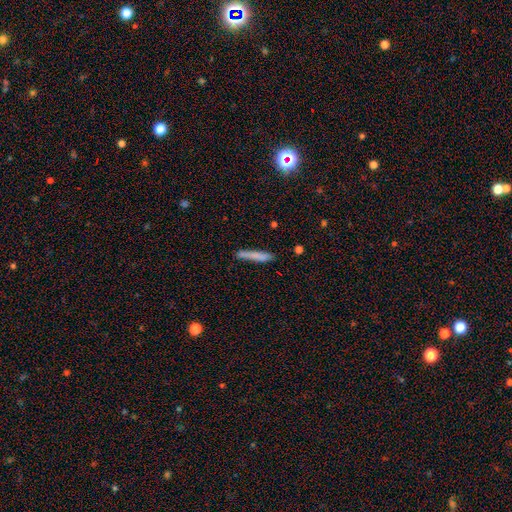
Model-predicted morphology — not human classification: This is likely a smooth galaxy (77%). How rounded: clearly cigar-shaped (94%). Merging: clearly none (81%).